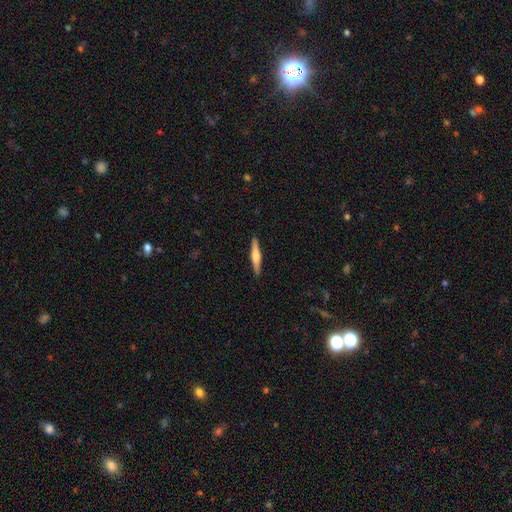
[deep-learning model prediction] Q: Smooth or featured?
A: featured or disk (54%); runner-up: smooth (41%)
Q: Edge-on disk?
A: yes (97%); runner-up: no (3%)
Q: Edge-on bulge?
A: rounded (75%); runner-up: boxy (16%)
Q: Merging?
A: none (91%); runner-up: minor disturbance (7%)